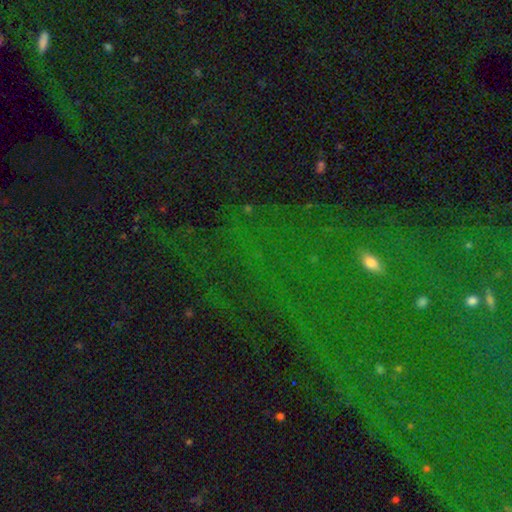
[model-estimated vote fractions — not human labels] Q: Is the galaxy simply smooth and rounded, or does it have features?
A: star or artifact — 77%.